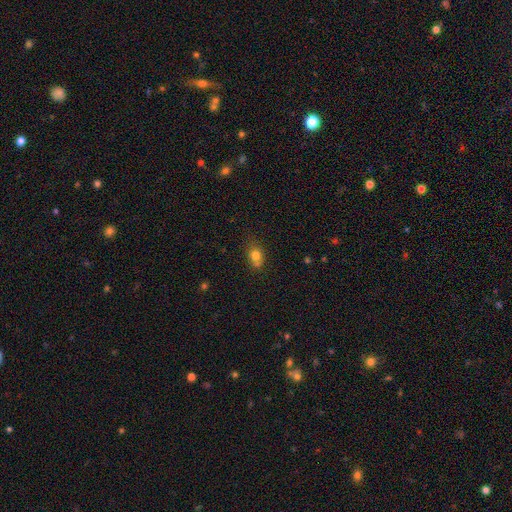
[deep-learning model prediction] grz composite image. It shows a smooth galaxy with no disk features (76%) that is in between round and cigar-shaped (50%). Merging: none (51%).